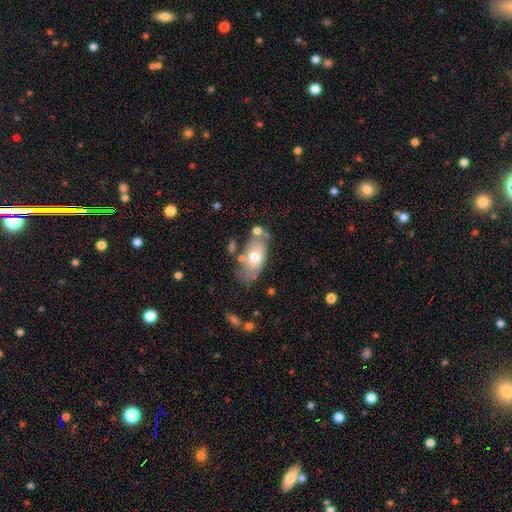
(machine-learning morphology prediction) This is possibly a smooth galaxy (47%). Merging: likely none (62%).